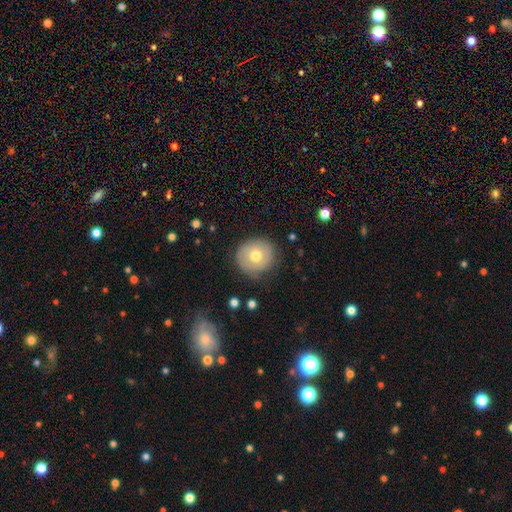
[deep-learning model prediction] Smooth or featured? smooth (65%)
How rounded? round (85%)
Merging? none (80%)